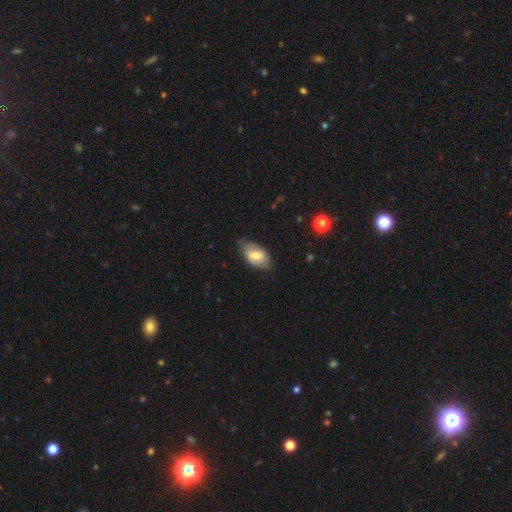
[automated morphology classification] A smooth galaxy with no disk features (64%) that is in between round and cigar-shaped (93%).

Vote fractions:
- Smooth or featured? smooth: 64% / featured or disk: 29% / star or artifact: 7%
- How rounded? in between: 93% / round: 4% / cigar-shaped: 3%
- Merging? none: 64% / minor disturbance: 28% / major disturbance: 6% / merger: 1%